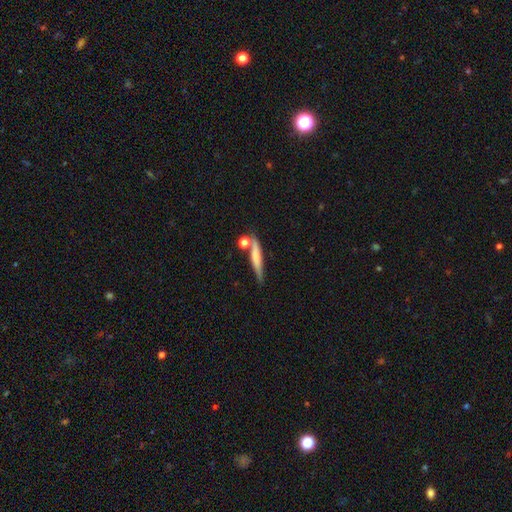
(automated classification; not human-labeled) Smooth or featured? Predicted: smooth (p=0.60). How rounded? Predicted: cigar-shaped (p=0.83). Merging? Predicted: none (p=0.61).